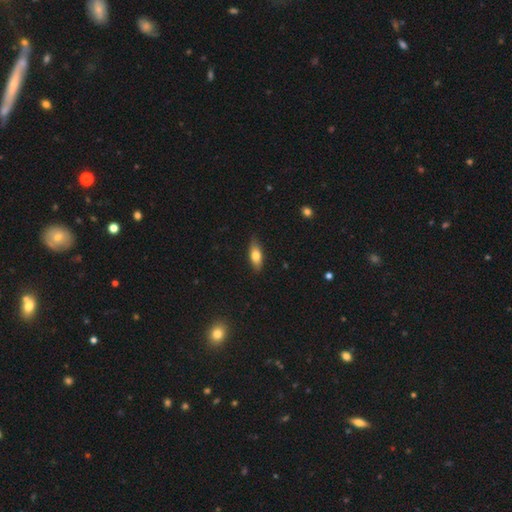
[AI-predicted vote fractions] This appears to be a smooth galaxy with no disk features (72%) that is in between round and cigar-shaped (71%). Merging: none (85%).